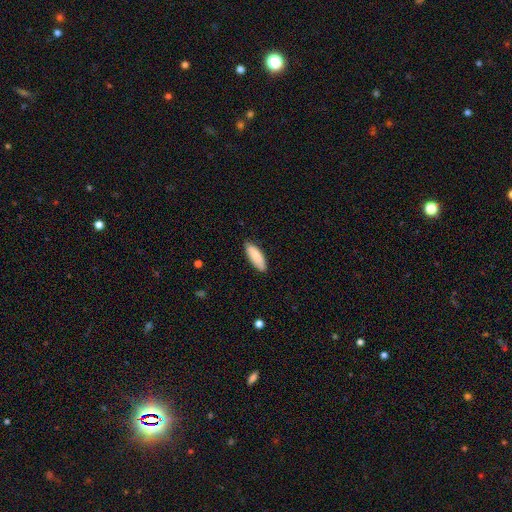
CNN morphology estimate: The model was most divided on "how rounded": in between: 70%, cigar-shaped: 28%, round: 2%. More confident: merging — none (83%); smooth or featured — smooth (81%).